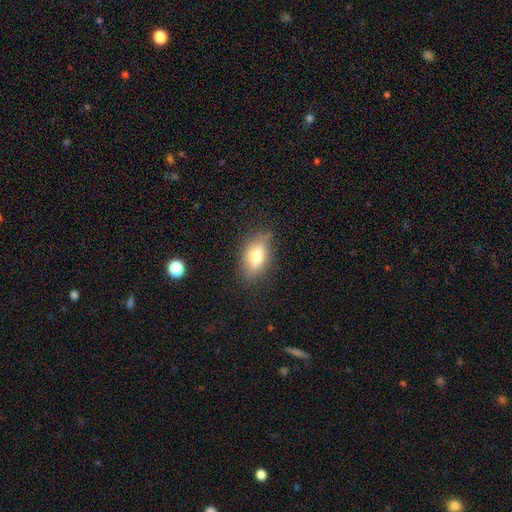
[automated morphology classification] This is likely a smooth galaxy (61%). How rounded: likely in between (80%). Merging: likely none (77%).